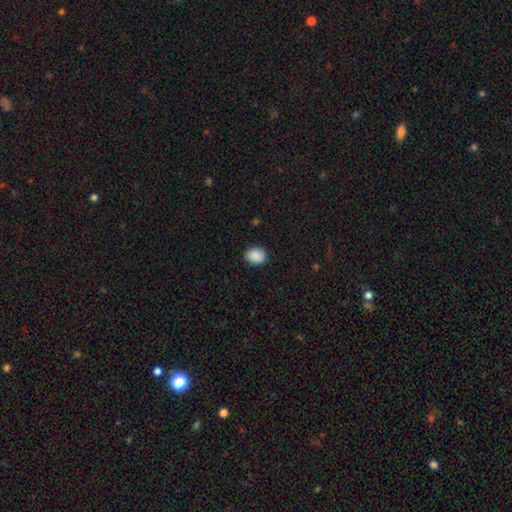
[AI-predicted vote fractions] Q: Smooth or featured?
A: smooth (89%); runner-up: star or artifact (7%)
Q: How rounded?
A: in between (56%); runner-up: round (44%)
Q: Merging?
A: none (88%); runner-up: minor disturbance (9%)